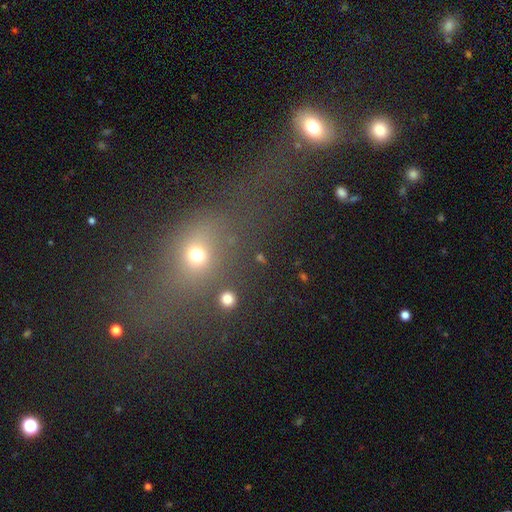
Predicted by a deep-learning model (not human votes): A smooth galaxy with no disk features (48%).

Vote fractions:
- Smooth or featured? smooth: 48% / star or artifact: 32% / featured or disk: 20%
- Merging? none: 40% / merger: 26% / major disturbance: 20% / minor disturbance: 14%